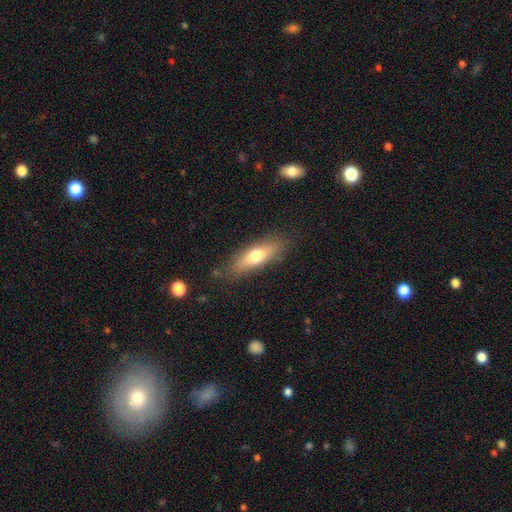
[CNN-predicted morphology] Smooth or featured: smooth — 64% (featured or disk — 29%)
How rounded: in between — 49% (cigar-shaped — 48%)
Merging: none — 82% (minor disturbance — 13%)